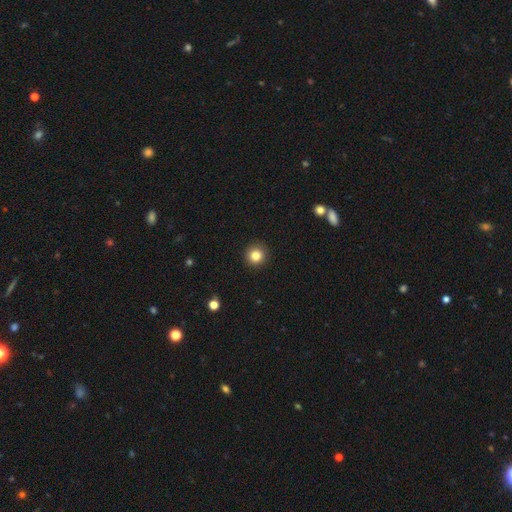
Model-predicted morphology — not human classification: This appears to be a smooth galaxy with no disk features (83%) that is round (95%). Merging: none (92%).